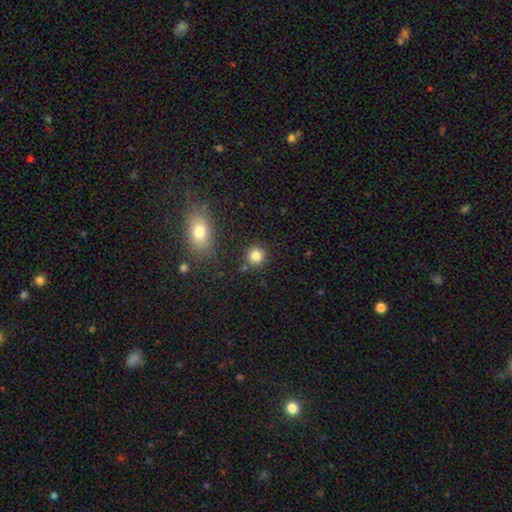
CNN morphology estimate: This is clearly a smooth galaxy (83%). How rounded: clearly round (91%). Merging: clearly none (84%).